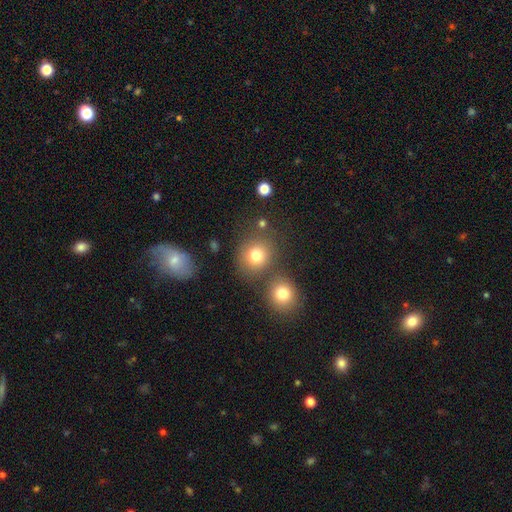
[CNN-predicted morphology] A smooth galaxy with no disk features (79%) that is round (81%).

Vote fractions:
- Smooth or featured? smooth: 79% / star or artifact: 13% / featured or disk: 8%
- How rounded? round: 81% / in between: 18% / cigar-shaped: 1%
- Merging? none: 67% / merger: 19% / minor disturbance: 9% / major disturbance: 4%